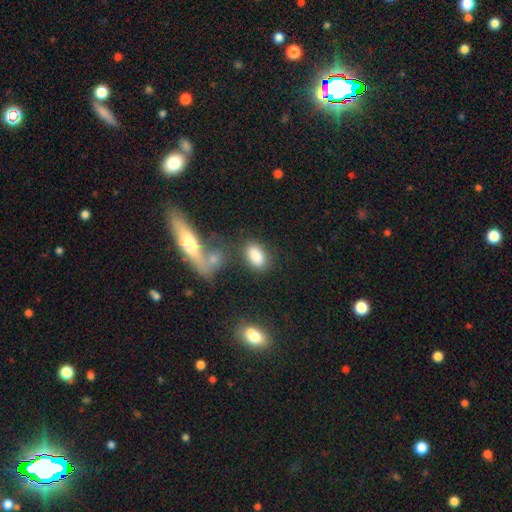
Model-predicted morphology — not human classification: smooth-or-featured: smooth: 85% | star or artifact: 8% | featured or disk: 7%
  how-rounded: in between: 89% | round: 8% | cigar-shaped: 3%
  merging: none: 63% | merger: 18% | minor disturbance: 13% | major disturbance: 7%